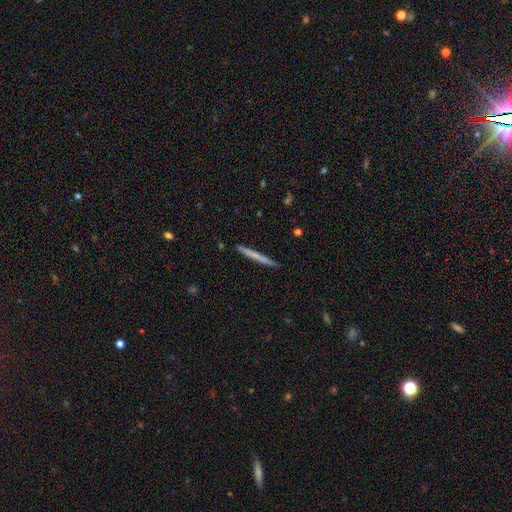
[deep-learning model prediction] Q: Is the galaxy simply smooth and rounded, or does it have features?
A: smooth — 60%.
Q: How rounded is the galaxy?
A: cigar-shaped — 97%.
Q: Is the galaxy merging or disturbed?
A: none — 92%.